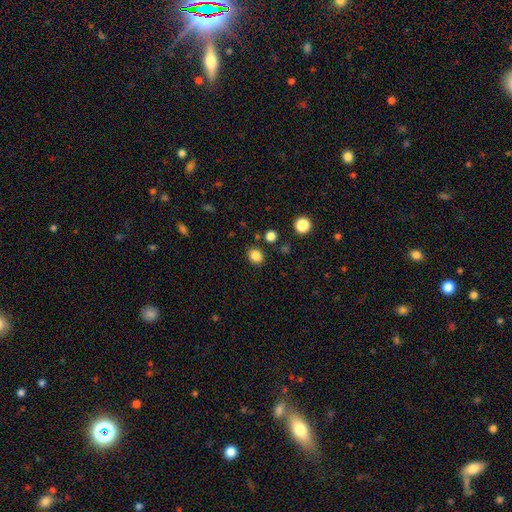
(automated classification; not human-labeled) Smooth or featured? Predicted: smooth (p=0.84). How rounded? Predicted: round (p=0.67). Merging? Predicted: none (p=0.85).